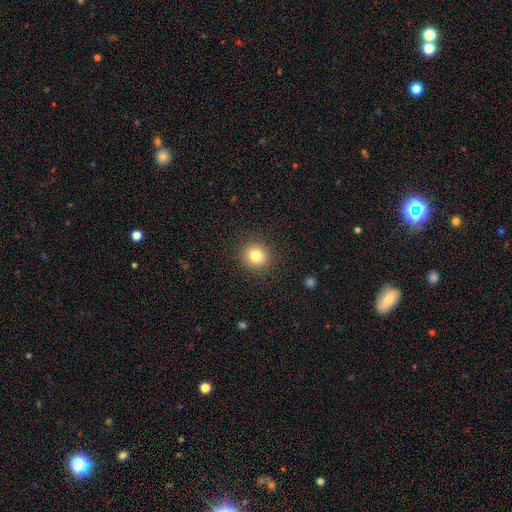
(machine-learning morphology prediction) This is clearly a smooth galaxy (81%). How rounded: clearly round (86%). Merging: clearly none (90%).